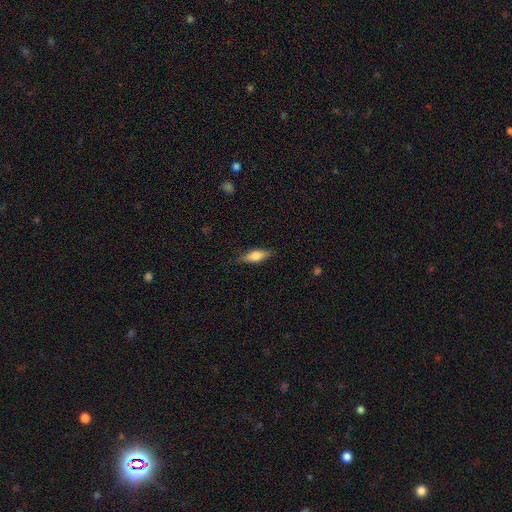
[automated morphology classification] Q: Smooth or featured?
A: smooth (64%); runner-up: featured or disk (29%)
Q: How rounded?
A: in between (57%); runner-up: cigar-shaped (40%)
Q: Merging?
A: none (82%); runner-up: minor disturbance (14%)